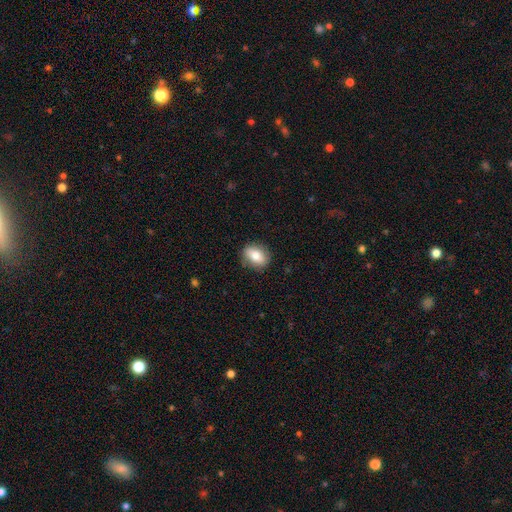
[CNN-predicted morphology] A smooth galaxy with no disk features (75%) that is in between round and cigar-shaped (64%).

Vote fractions:
- Smooth or featured? smooth: 75% / featured or disk: 17% / star or artifact: 8%
- How rounded? in between: 64% / round: 34% / cigar-shaped: 2%
- Merging? none: 85% / minor disturbance: 11% / major disturbance: 3% / merger: 1%